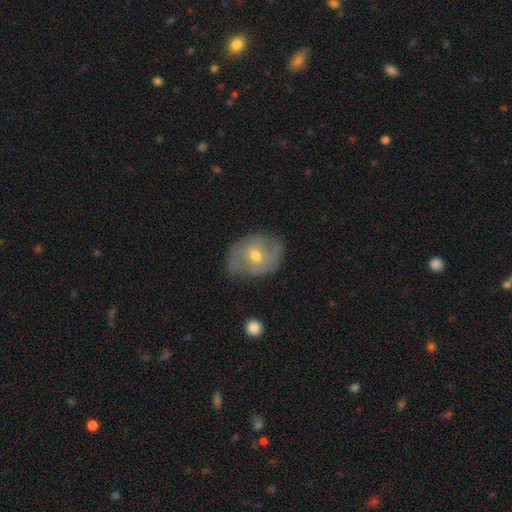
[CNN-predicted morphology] Smooth or featured?
  - featured or disk: 65% *
  - smooth: 28%
  - star or artifact: 7%
Edge-on disk?
  - no: 96% *
  - yes: 4%
Bar?
  - weak: 46% *
  - no: 43%
  - strong: 11%
Spiral arms?
  - yes: 77% *
  - no: 23%
Bulge size?
  - moderate: 56% *
  - small: 40%
  - large: 2%
  - none: 1%
  - dominant: 1%
Merging?
  - none: 64% *
  - minor disturbance: 26%
  - major disturbance: 9%
  - merger: 2%